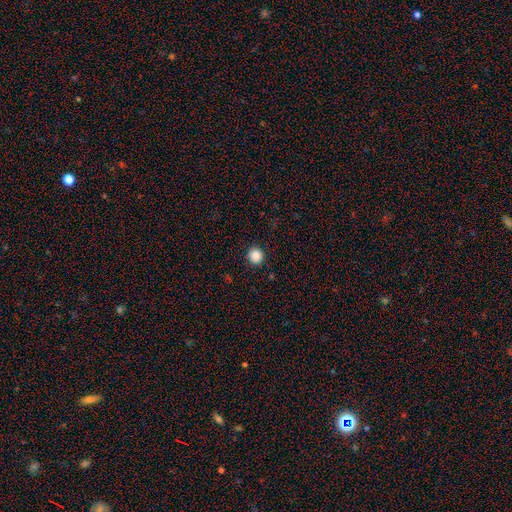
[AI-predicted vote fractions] Smooth or featured: smooth — 87% (star or artifact — 10%)
How rounded: round — 93% (in between — 6%)
Merging: none — 92% (minor disturbance — 5%)